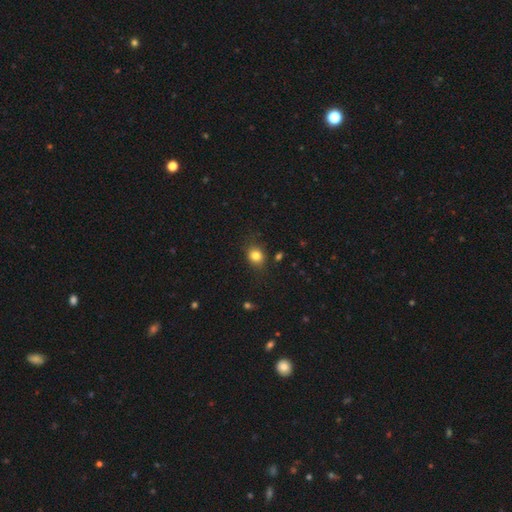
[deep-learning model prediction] A smooth galaxy with no disk features (82%) that is round (60%). Merging: none (79%).